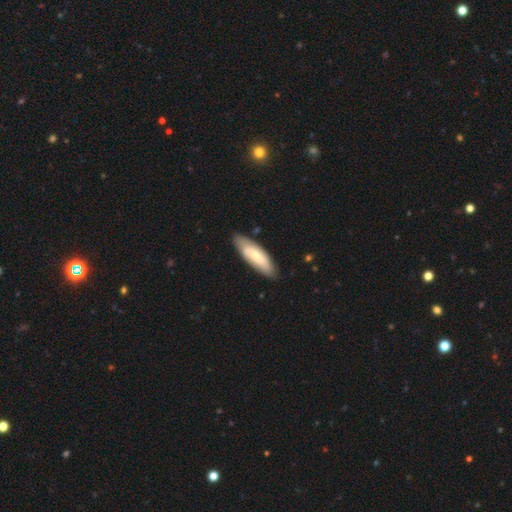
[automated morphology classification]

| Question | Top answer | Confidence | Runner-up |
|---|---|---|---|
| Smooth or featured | smooth | 52% | featured or disk (43%) |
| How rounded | in between | 63% | cigar-shaped (36%) |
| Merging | none | 79% | minor disturbance (16%) |